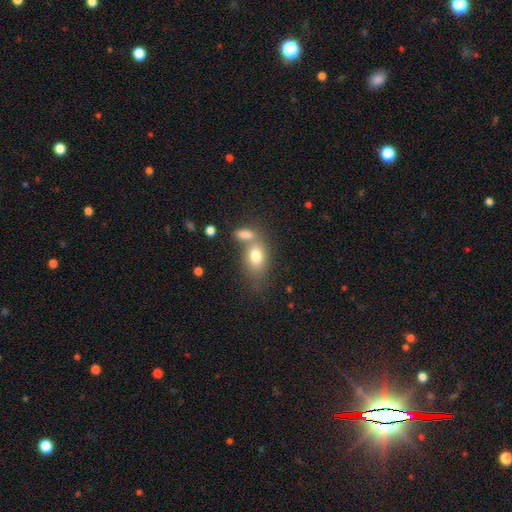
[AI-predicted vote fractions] Overall: smooth (77%). How rounded: in between (80%). Merging: merger (41%, tied with none).